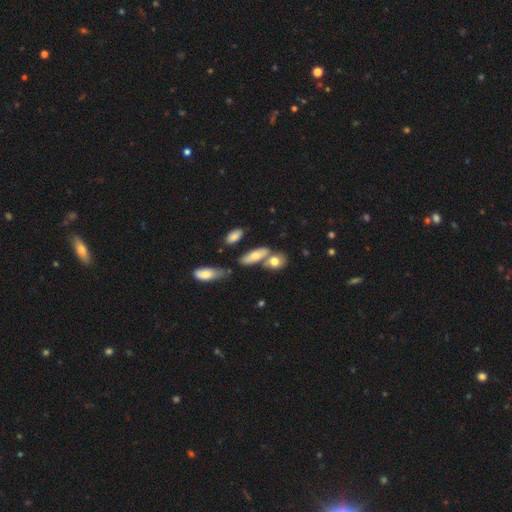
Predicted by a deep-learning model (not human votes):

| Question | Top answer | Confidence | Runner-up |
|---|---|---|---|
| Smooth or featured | smooth | 67% | featured or disk (25%) |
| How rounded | in between | 62% | cigar-shaped (28%) |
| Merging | none | 48% | merger (32%) |